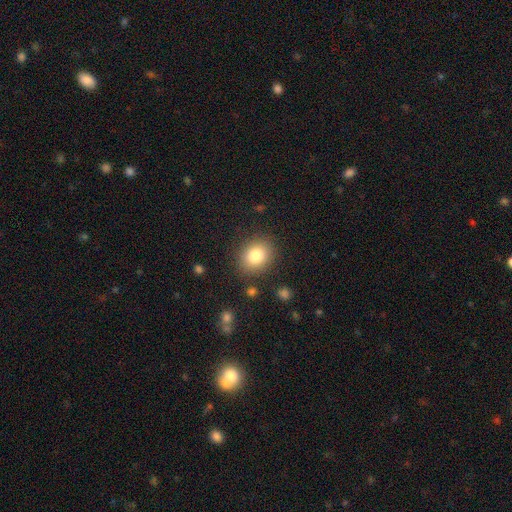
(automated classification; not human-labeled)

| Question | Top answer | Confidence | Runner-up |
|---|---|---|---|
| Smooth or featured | smooth | 81% | star or artifact (10%) |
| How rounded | round | 59% | in between (40%) |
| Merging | none | 87% | minor disturbance (9%) |